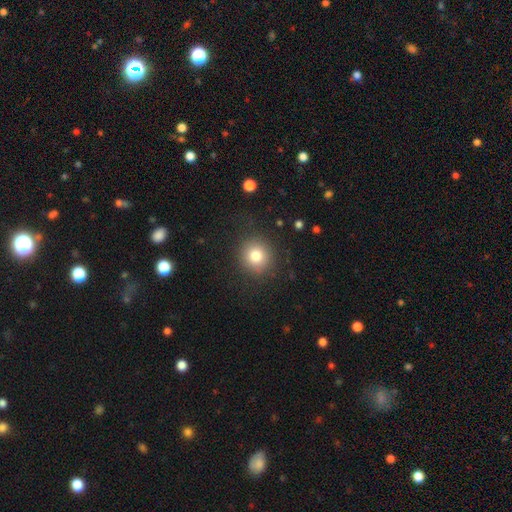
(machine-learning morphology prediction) Smooth or featured? Predicted: smooth (p=0.79). How rounded? Predicted: round (p=0.90). Merging? Predicted: none (p=0.88).